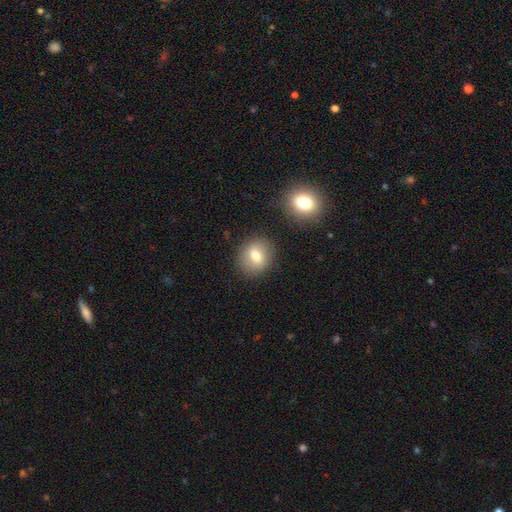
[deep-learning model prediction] A smooth galaxy with no disk features (75%) that is round (64%).

Vote fractions:
- Smooth or featured? smooth: 75% / featured or disk: 15% / star or artifact: 10%
- How rounded? round: 64% / in between: 35% / cigar-shaped: 1%
- Merging? none: 82% / minor disturbance: 11% / merger: 4% / major disturbance: 3%